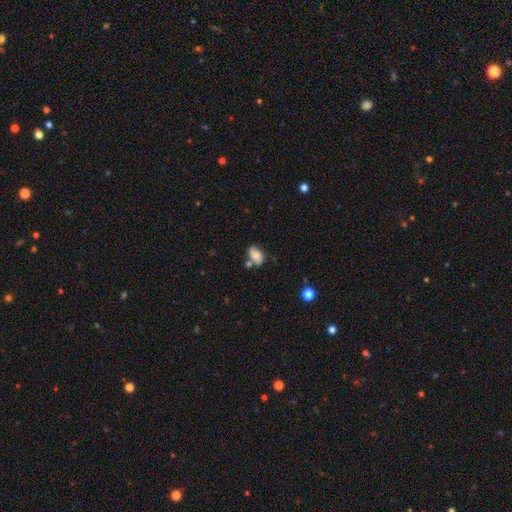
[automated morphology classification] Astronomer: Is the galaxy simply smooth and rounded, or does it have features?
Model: smooth — 71%.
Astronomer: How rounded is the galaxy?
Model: in between — 88%.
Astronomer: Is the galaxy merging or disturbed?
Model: none — 50%.